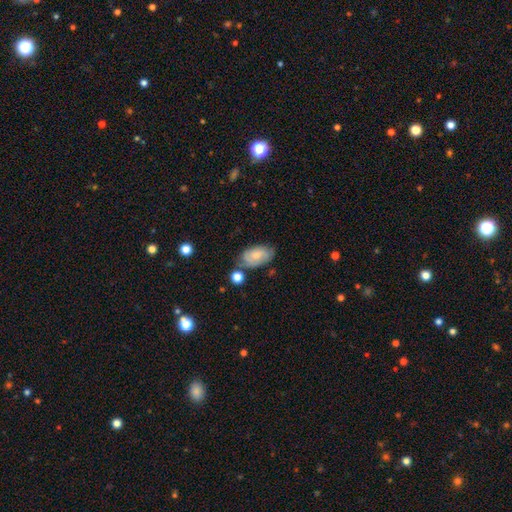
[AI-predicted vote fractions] Morphology: type=smooth (63%); roundness=in between (92%); merging=none (63%).